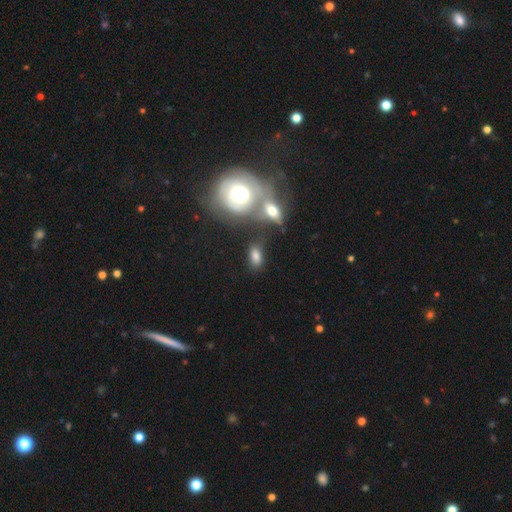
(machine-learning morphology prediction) This appears to be a smooth galaxy with no disk features (73%) that is in between round and cigar-shaped (83%). Merging: none (59%).